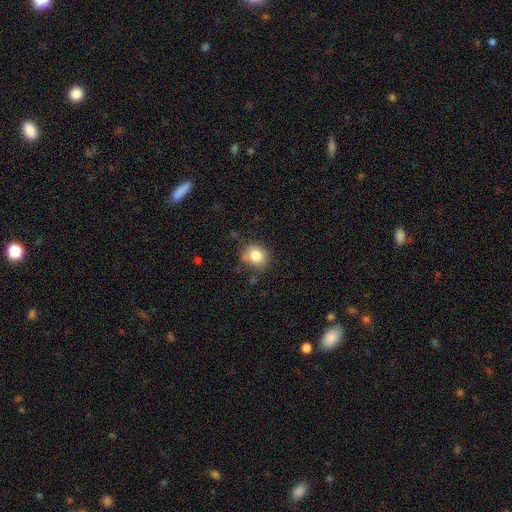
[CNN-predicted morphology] type=smooth (82%); roundness=round (71%); merging=none (73%).